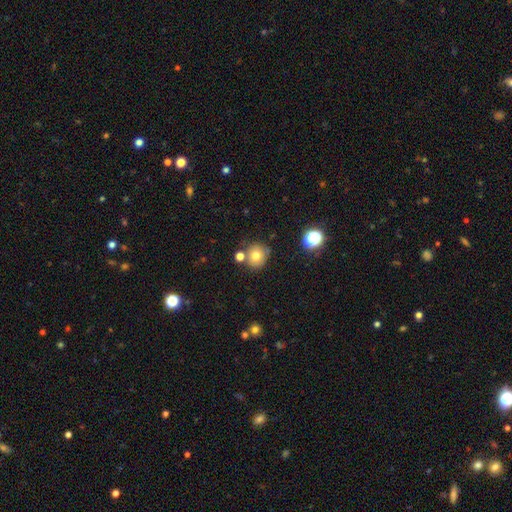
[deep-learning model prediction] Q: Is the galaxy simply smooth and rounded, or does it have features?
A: smooth — 73%.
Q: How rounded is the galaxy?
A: round — 86%.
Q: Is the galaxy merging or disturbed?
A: none — 69%.